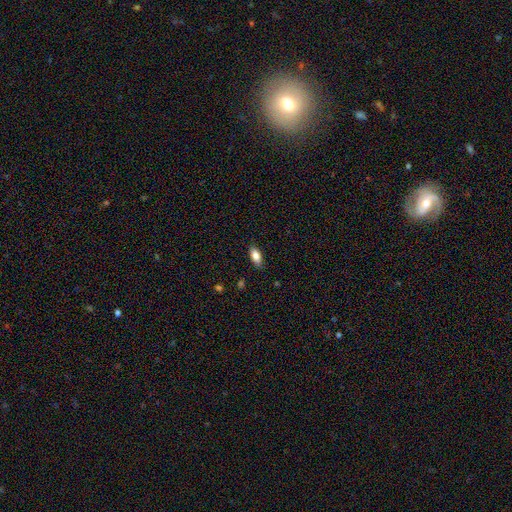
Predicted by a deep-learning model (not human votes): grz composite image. It shows a smooth galaxy with no disk features (82%) that is in between round and cigar-shaped (86%). Merging: none (86%).